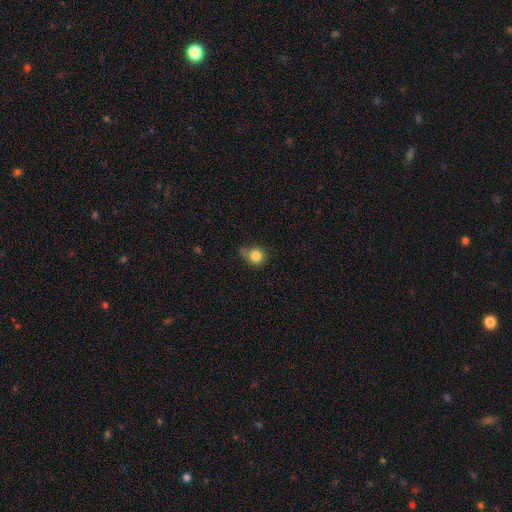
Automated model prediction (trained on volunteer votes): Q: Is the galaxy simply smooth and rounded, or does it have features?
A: smooth — 83%.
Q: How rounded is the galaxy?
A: round — 82%.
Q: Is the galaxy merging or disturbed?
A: none — 49%.